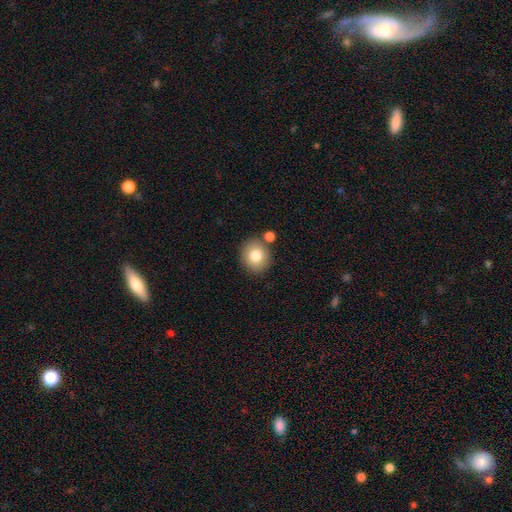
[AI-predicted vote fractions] This is likely a smooth galaxy (80%). How rounded: likely round (80%). Merging: likely none (78%).